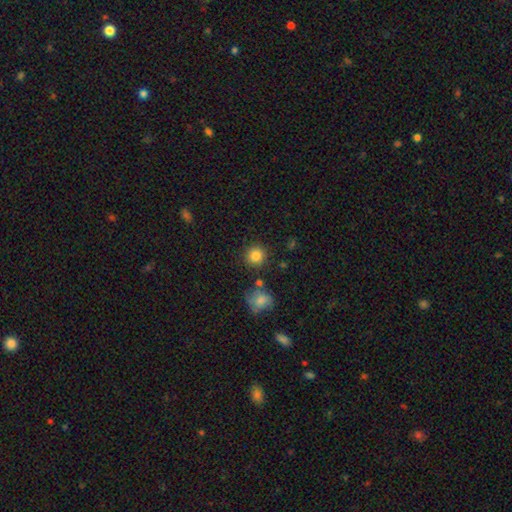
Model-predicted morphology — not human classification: A smooth galaxy with no disk features (84%) that is round (92%).

Vote fractions:
- Smooth or featured? smooth: 84% / star or artifact: 11% / featured or disk: 5%
- How rounded? round: 92% / in between: 7% / cigar-shaped: 1%
- Merging? none: 85% / minor disturbance: 8% / merger: 4% / major disturbance: 3%